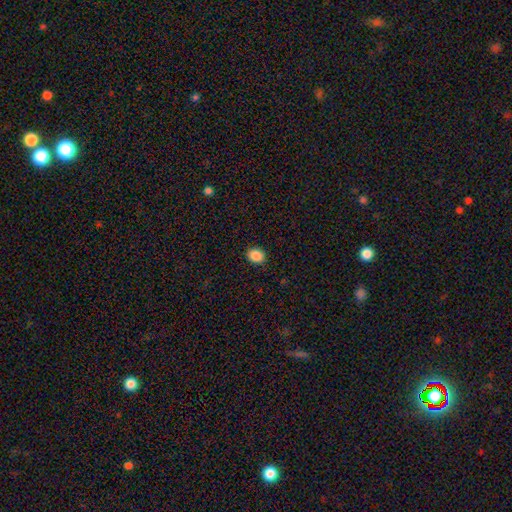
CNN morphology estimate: A smooth galaxy with no disk features (88%) that is round (56%). Merging: none (90%).